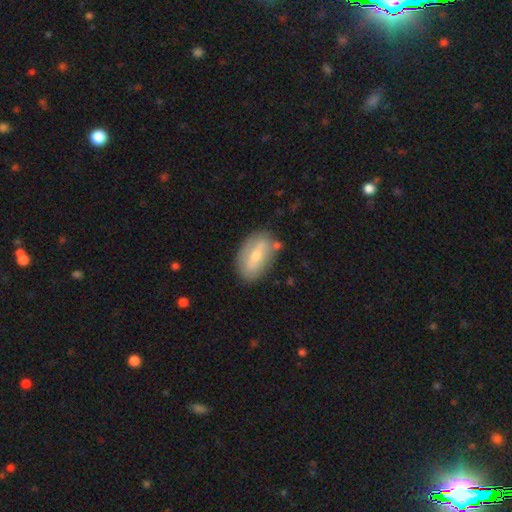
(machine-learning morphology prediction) Overall: smooth (51%; featured or disk 42%). How rounded: in between (88%). Merging: none (78%).